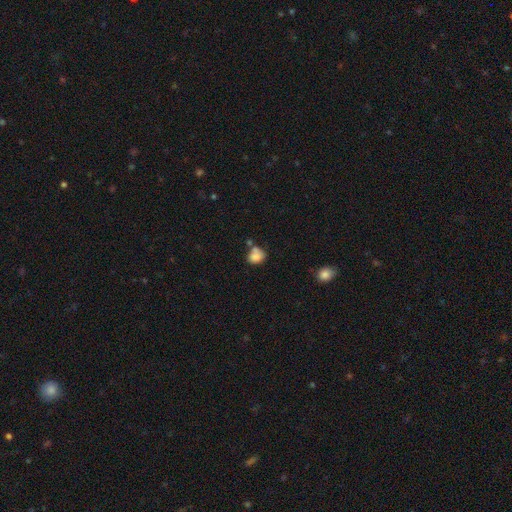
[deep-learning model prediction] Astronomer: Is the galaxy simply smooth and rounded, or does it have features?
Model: smooth — 81%.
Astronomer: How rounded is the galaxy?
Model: round — 60% (runner-up: in between, 39%).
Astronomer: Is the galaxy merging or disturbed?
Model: none — 44% (runner-up: merger, 28%).